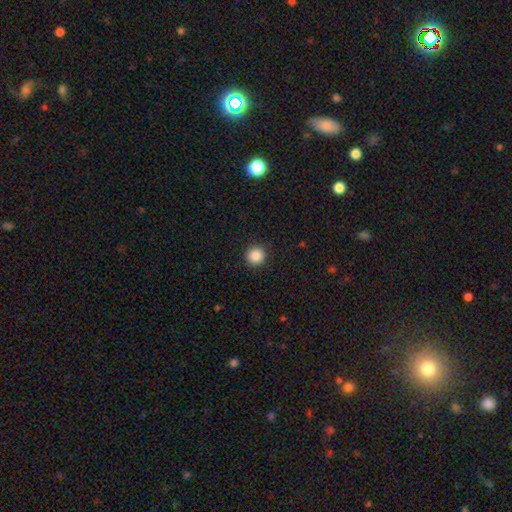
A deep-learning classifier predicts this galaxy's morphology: Smooth or featured? smooth (87%)
How rounded? round (94%)
Merging? none (92%)